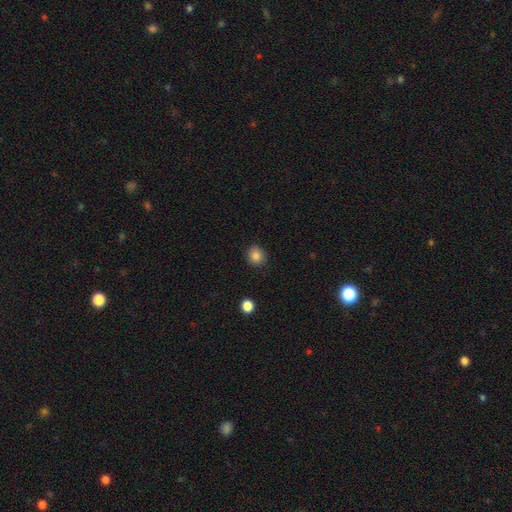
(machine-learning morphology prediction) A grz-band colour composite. It shows a smooth galaxy with no disk features (85%) that is round (79%). Merging: none (88%).